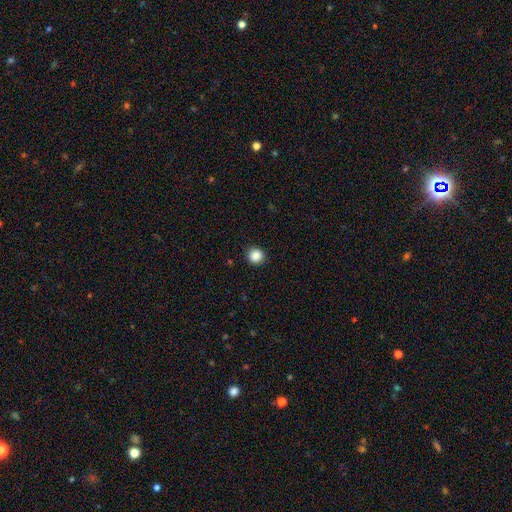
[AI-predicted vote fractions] A smooth galaxy with no disk features (87%) that is round (93%).

Vote fractions:
- Smooth or featured? smooth: 87% / star or artifact: 10% / featured or disk: 3%
- How rounded? round: 93% / in between: 6% / cigar-shaped: 1%
- Merging? none: 92% / minor disturbance: 5% / major disturbance: 2% / merger: 1%